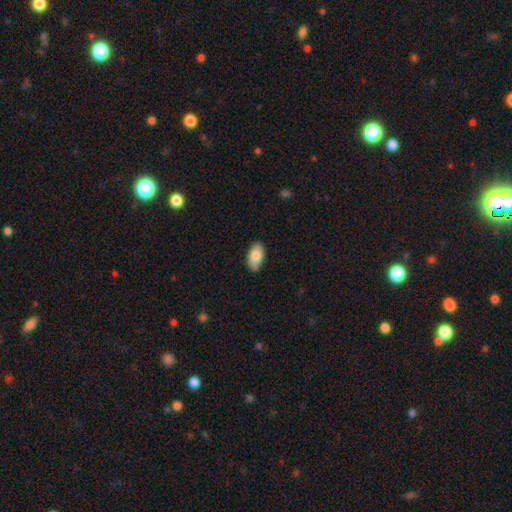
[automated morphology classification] Smooth or featured: smooth — 82% (featured or disk — 12%)
How rounded: in between — 94% (round — 3%)
Merging: none — 80% (minor disturbance — 16%)